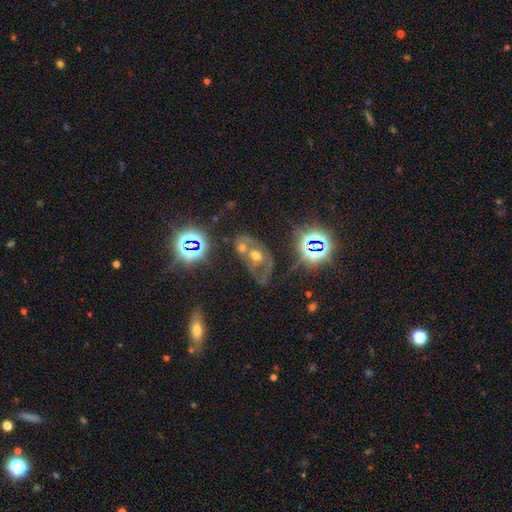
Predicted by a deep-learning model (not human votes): Smooth or featured? featured or disk (44%)
Merging? merger (43%)